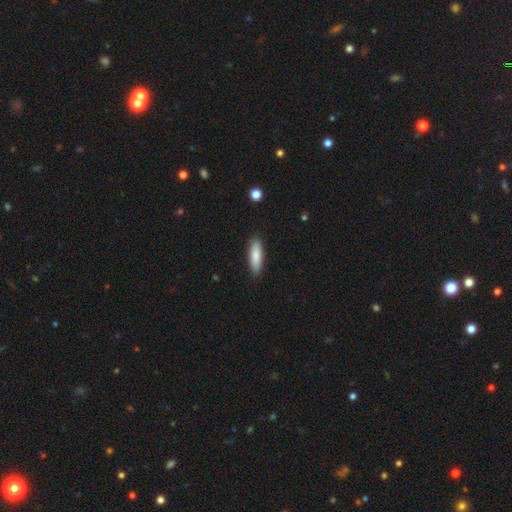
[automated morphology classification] Smooth or featured? Predicted: smooth (p=0.84). How rounded? Predicted: in between (p=0.52). Merging? Predicted: none (p=0.88).